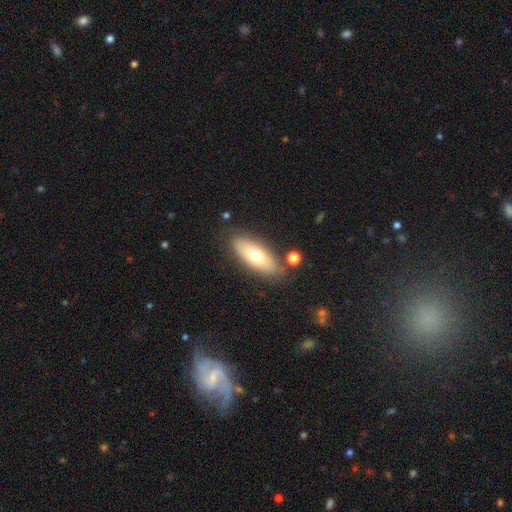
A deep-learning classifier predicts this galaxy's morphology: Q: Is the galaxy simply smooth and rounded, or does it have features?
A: smooth — 64%.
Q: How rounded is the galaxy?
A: in between — 73%.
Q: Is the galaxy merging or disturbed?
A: none — 81%.